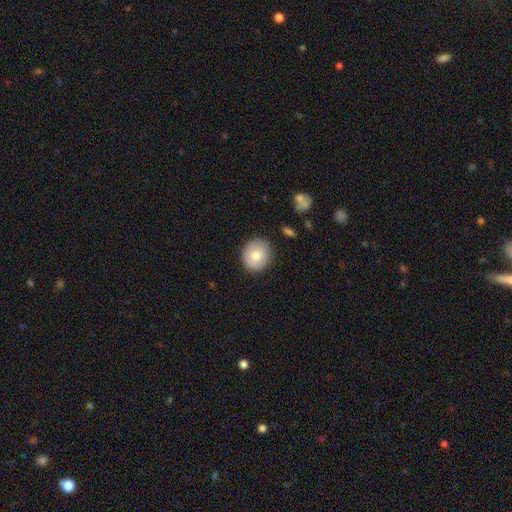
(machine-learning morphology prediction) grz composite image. It shows a smooth galaxy with no disk features (76%) that is round (86%). Merging: none (86%).